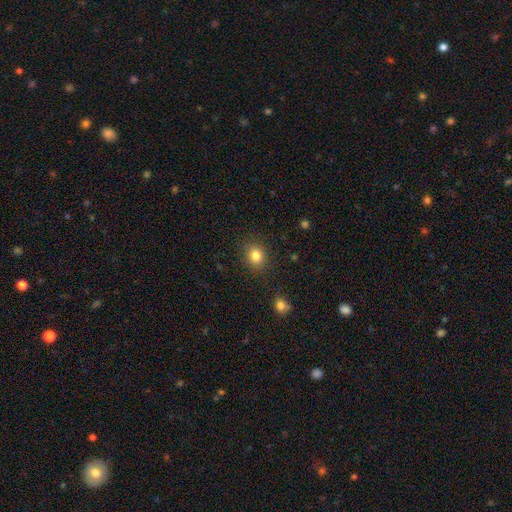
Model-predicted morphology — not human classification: This is clearly a smooth galaxy (82%). How rounded: likely round (67%). Merging: clearly none (87%).